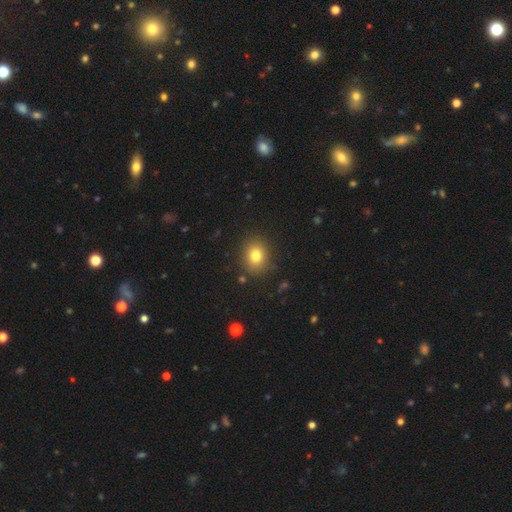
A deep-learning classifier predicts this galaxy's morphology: type=smooth (80%); roundness=round (64%); merging=none (87%).